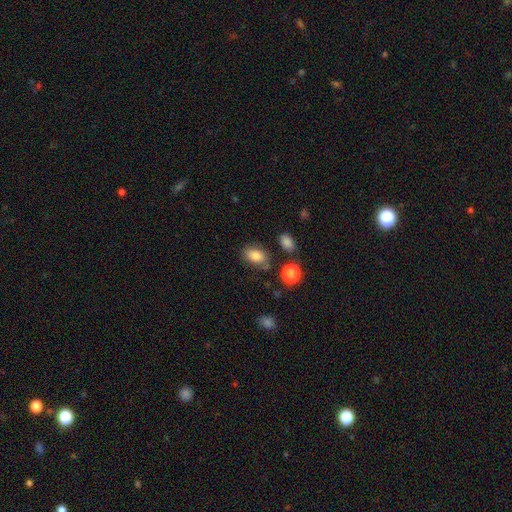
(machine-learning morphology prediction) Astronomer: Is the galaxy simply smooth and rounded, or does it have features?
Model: smooth — 82%.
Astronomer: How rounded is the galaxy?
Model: in between — 86%.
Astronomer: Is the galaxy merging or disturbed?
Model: none — 72%.